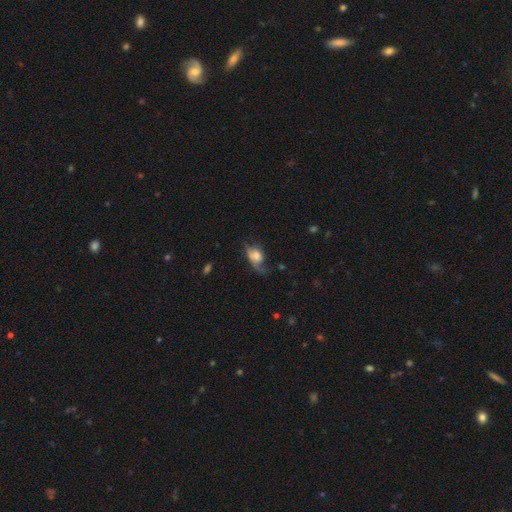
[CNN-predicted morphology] Smooth or featured?
  - smooth: 55% *
  - featured or disk: 36%
  - star or artifact: 9%
How rounded?
  - in between: 79% *
  - round: 17%
  - cigar-shaped: 4%
Merging?
  - major disturbance: 38% *
  - none: 31%
  - minor disturbance: 28%
  - merger: 4%